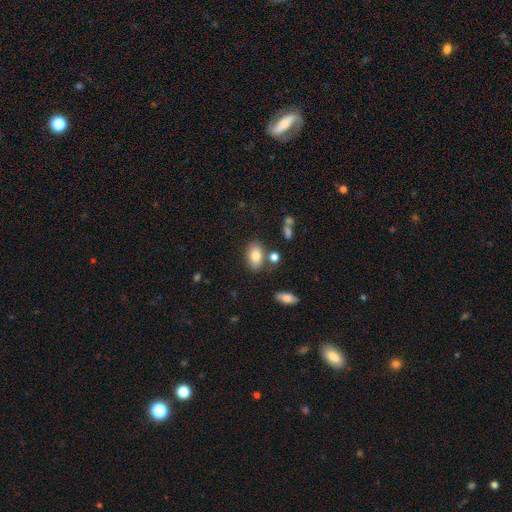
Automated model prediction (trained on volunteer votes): Q: Smooth or featured?
A: smooth (81%); runner-up: featured or disk (11%)
Q: How rounded?
A: in between (90%); runner-up: round (8%)
Q: Merging?
A: none (75%); runner-up: minor disturbance (13%)